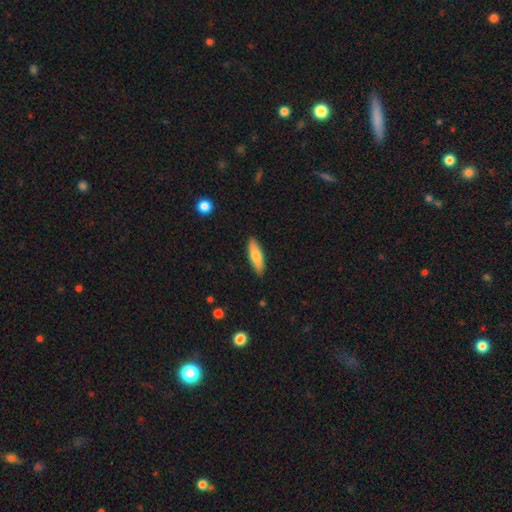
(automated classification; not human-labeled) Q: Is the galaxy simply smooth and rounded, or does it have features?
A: smooth — 71%.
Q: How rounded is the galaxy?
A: cigar-shaped — 57%.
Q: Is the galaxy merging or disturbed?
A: none — 89%.